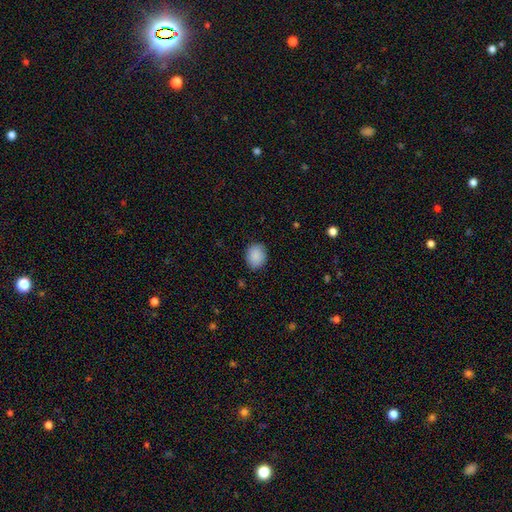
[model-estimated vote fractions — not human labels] Q: Smooth or featured?
A: smooth (89%); runner-up: star or artifact (7%)
Q: How rounded?
A: round (56%); runner-up: in between (43%)
Q: Merging?
A: none (85%); runner-up: minor disturbance (11%)